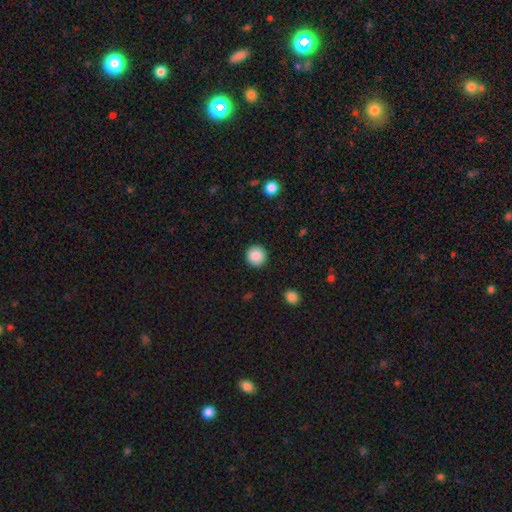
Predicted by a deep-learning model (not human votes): This appears to be a smooth galaxy with no disk features (88%) that is round (95%). Merging: none (92%).